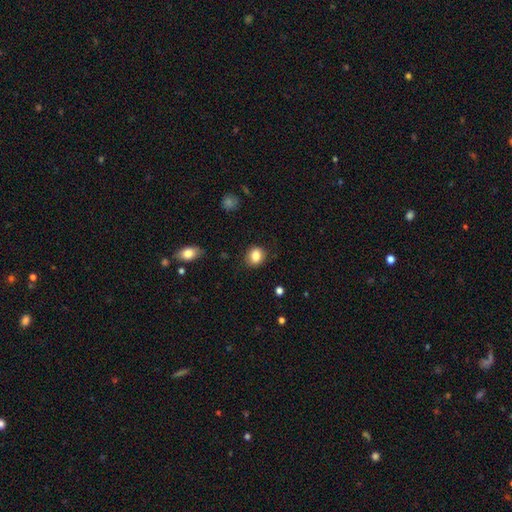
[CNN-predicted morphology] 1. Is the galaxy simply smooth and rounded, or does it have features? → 84% smooth, 9% star or artifact, 7% featured or disk.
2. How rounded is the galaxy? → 58% round, 41% in between, 1% cigar-shaped.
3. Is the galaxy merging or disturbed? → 83% none, 12% minor disturbance, 3% major disturbance, 1% merger.